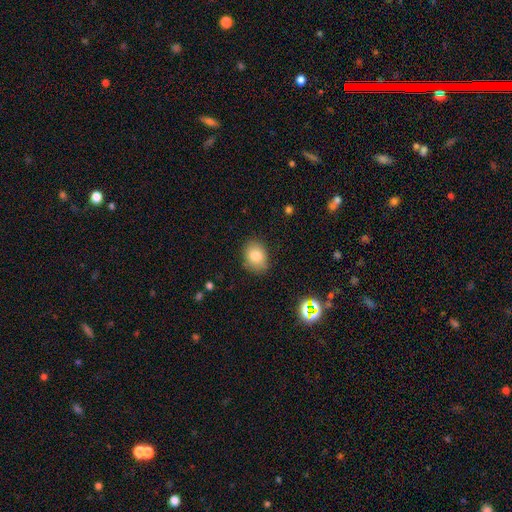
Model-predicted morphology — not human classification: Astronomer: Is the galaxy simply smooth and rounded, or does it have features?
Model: smooth — 81%.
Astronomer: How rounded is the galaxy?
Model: in between — 62%.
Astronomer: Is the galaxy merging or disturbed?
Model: none — 82%.